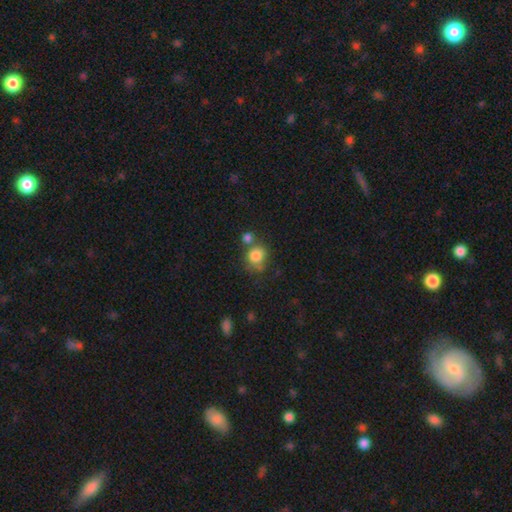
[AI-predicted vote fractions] Q: Smooth or featured?
A: smooth (82%); runner-up: star or artifact (10%)
Q: How rounded?
A: round (74%); runner-up: in between (25%)
Q: Merging?
A: none (48%); runner-up: merger (27%)